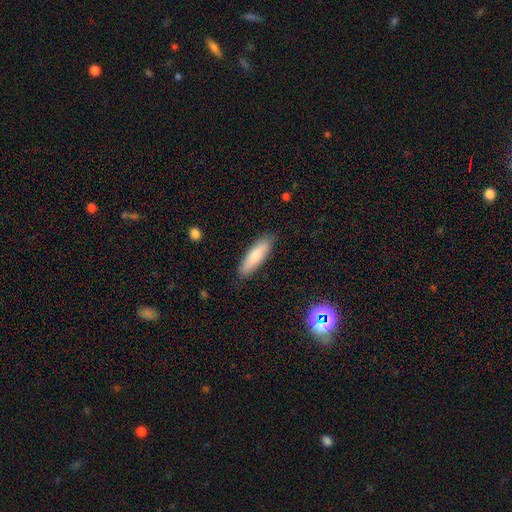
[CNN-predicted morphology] Q: Smooth or featured?
A: smooth (75%); runner-up: featured or disk (19%)
Q: How rounded?
A: cigar-shaped (58%); runner-up: in between (40%)
Q: Merging?
A: none (86%); runner-up: minor disturbance (11%)